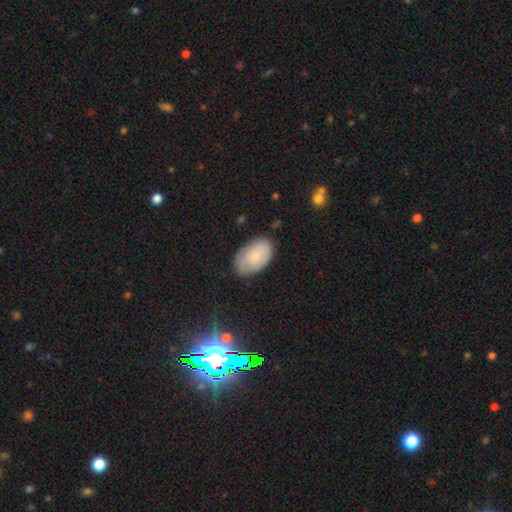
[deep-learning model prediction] Smooth or featured? Predicted: smooth (p=0.61). How rounded? Predicted: in between (p=0.91). Merging? Predicted: none (p=0.76).